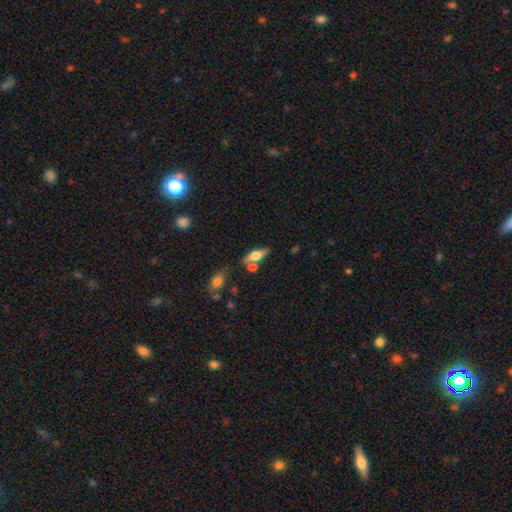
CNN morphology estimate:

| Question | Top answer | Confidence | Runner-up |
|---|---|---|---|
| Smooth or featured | featured or disk | 48% | smooth (44%) |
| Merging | none | 67% | merger (15%) |